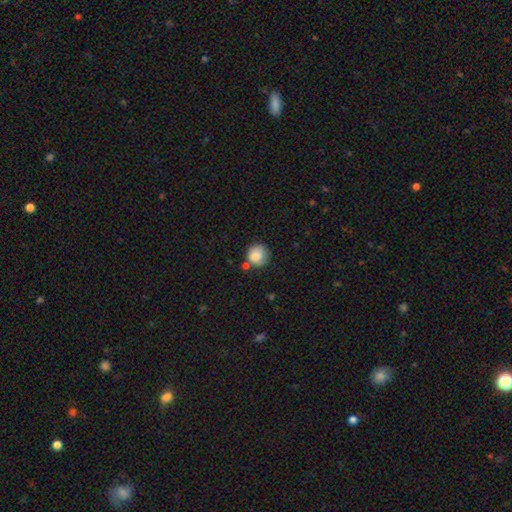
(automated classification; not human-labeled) smooth_or_featured: smooth (p=0.85) [alt: star or artifact p=0.08]
how_rounded: round (p=0.90) [alt: in between p=0.10]
merging: none (p=0.68) [alt: minor disturbance p=0.18]